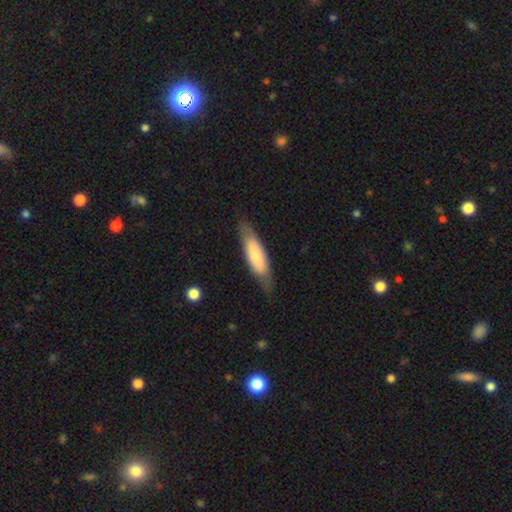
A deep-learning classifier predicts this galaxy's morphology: Smooth or featured?
  - smooth: 65% *
  - featured or disk: 29%
  - star or artifact: 5%
How rounded?
  - cigar-shaped: 58% *
  - in between: 40%
  - round: 1%
Merging?
  - none: 76% *
  - minor disturbance: 18%
  - major disturbance: 5%
  - merger: 1%